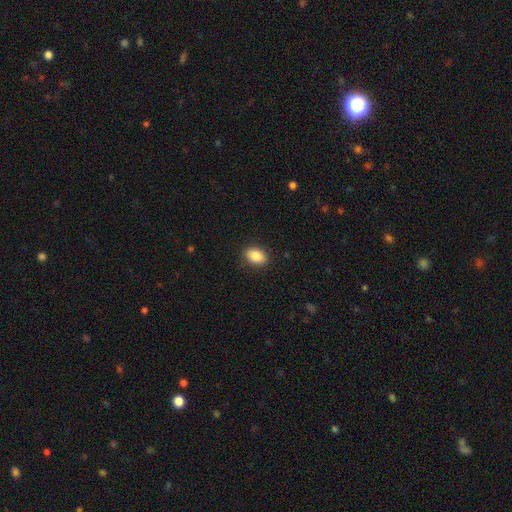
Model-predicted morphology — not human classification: Smooth or featured? smooth (87%)
How rounded? in between (82%)
Merging? none (88%)